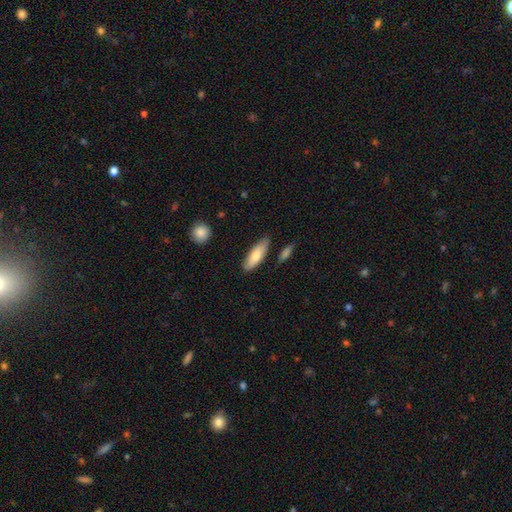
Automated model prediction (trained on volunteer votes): Smooth or featured?
  - smooth: 77% *
  - featured or disk: 18%
  - star or artifact: 6%
How rounded?
  - in between: 62% *
  - cigar-shaped: 36%
  - round: 2%
Merging?
  - none: 79% *
  - minor disturbance: 14%
  - merger: 4%
  - major disturbance: 2%